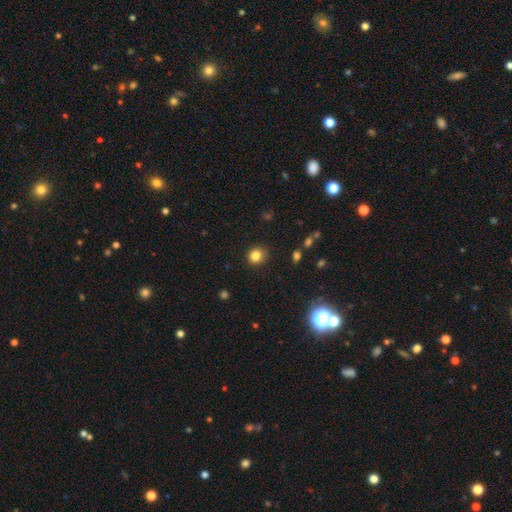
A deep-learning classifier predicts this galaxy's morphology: A smooth galaxy with no disk features (83%) that is round (78%).

Vote fractions:
- Smooth or featured? smooth: 83% / star or artifact: 12% / featured or disk: 5%
- How rounded? round: 78% / in between: 21% / cigar-shaped: 1%
- Merging? none: 84% / minor disturbance: 11% / major disturbance: 3% / merger: 2%